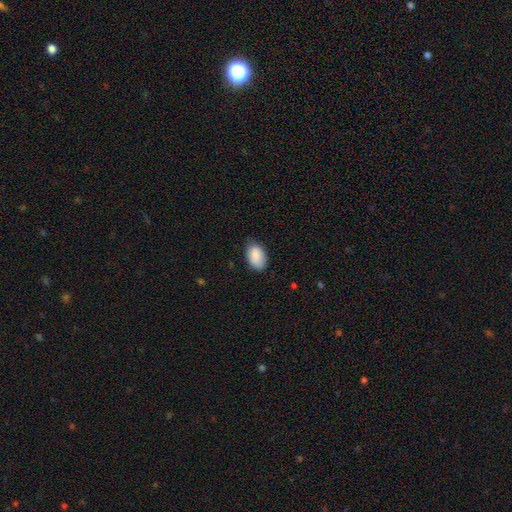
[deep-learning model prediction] The model was most divided on "merging": none: 73%, minor disturbance: 23%, major disturbance: 3%, merger: 1%. More confident: how rounded — in between (92%); smooth or featured — smooth (88%).